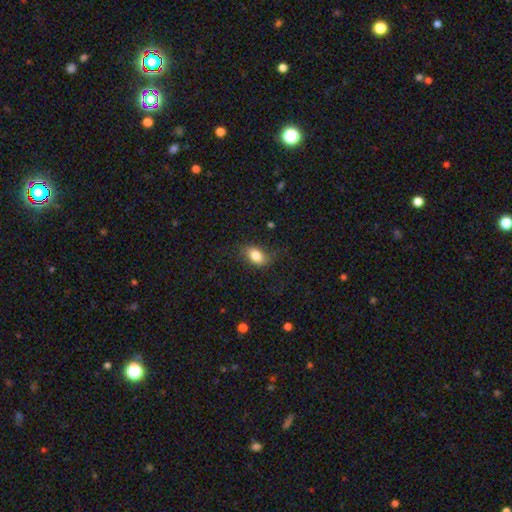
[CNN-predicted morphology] A smooth galaxy with no disk features (82%) that is in between round and cigar-shaped (84%).

Vote fractions:
- Smooth or featured? smooth: 82% / featured or disk: 10% / star or artifact: 9%
- How rounded? in between: 84% / round: 14% / cigar-shaped: 2%
- Merging? none: 74% / minor disturbance: 18% / major disturbance: 7% / merger: 1%